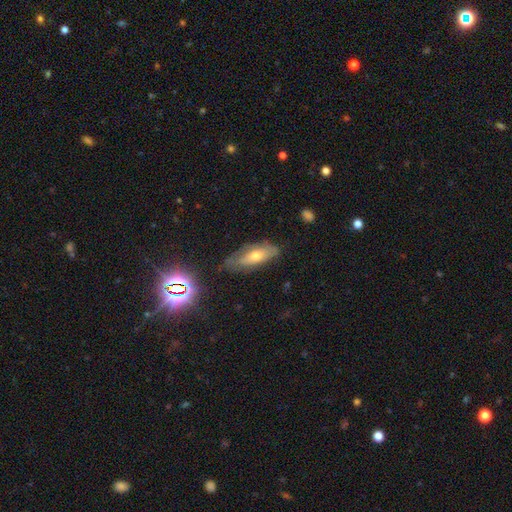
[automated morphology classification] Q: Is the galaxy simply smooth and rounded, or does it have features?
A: featured or disk — 45%.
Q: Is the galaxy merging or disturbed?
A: none — 60%.